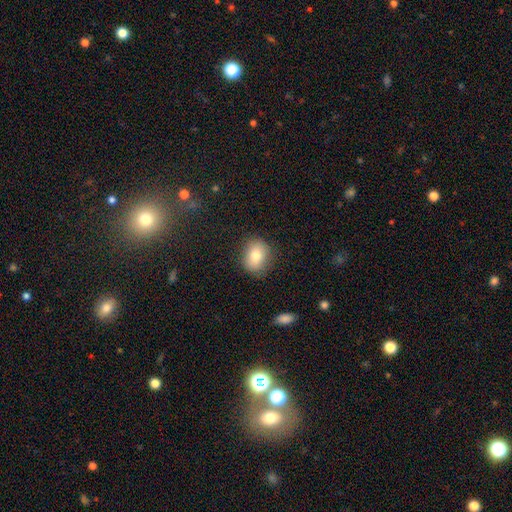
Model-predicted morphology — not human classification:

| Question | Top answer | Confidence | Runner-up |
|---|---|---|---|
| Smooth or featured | smooth | 79% | featured or disk (12%) |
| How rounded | round | 55% | in between (44%) |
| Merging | none | 83% | minor disturbance (12%) |